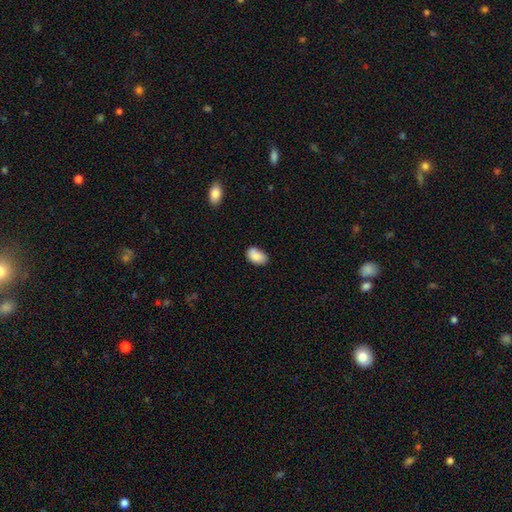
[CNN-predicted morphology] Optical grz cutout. It shows a smooth galaxy with no disk features (87%) that is in between round and cigar-shaped (89%). Merging: none (64%).